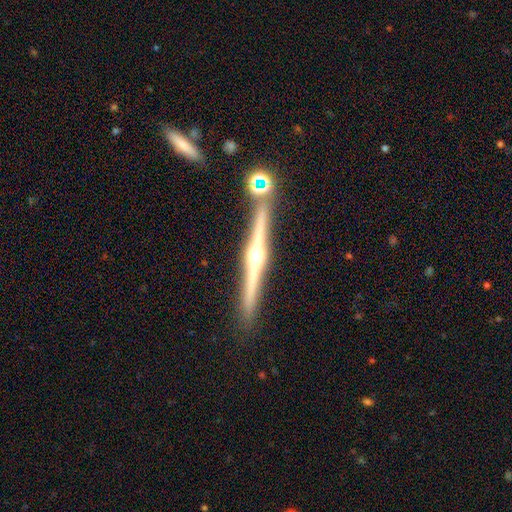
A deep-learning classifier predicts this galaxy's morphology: smooth_or_featured: featured or disk (p=0.86) [alt: smooth p=0.09]
disk_edge_on: yes (p=0.99) [alt: no p=0.01]
edge_on_bulge: rounded (p=0.93) [alt: boxy p=0.04]
merging: none (p=0.87) [alt: minor disturbance p=0.07]